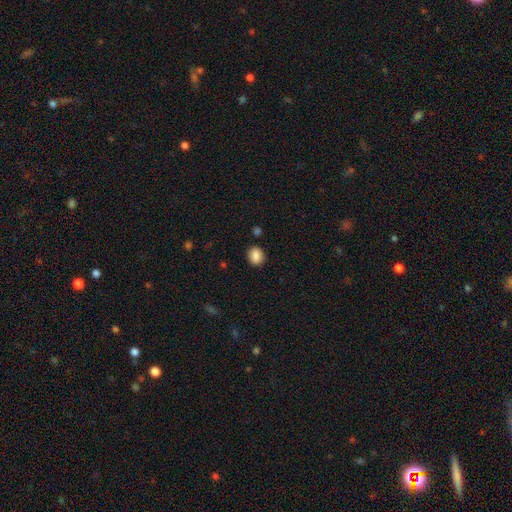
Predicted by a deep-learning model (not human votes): The model was most divided on "how rounded": round: 62%, in between: 37%, cigar-shaped: 1%. More confident: smooth or featured — smooth (87%); merging — none (87%).